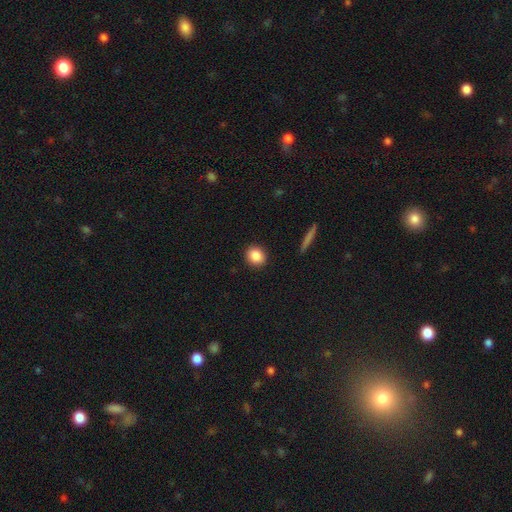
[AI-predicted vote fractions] Smooth or featured? smooth (87%)
How rounded? round (68%)
Merging? none (91%)